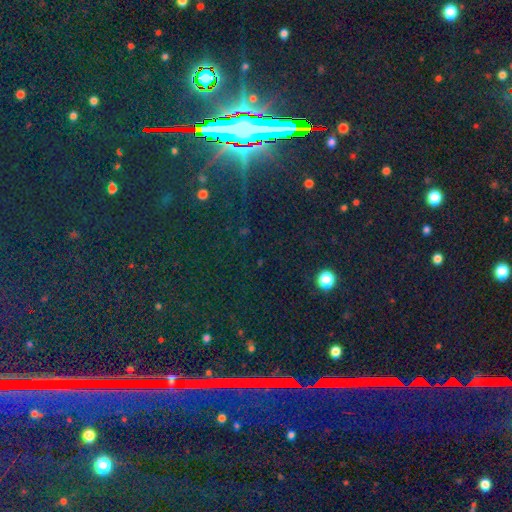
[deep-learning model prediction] Smooth or featured? Predicted: star or artifact (p=0.83).